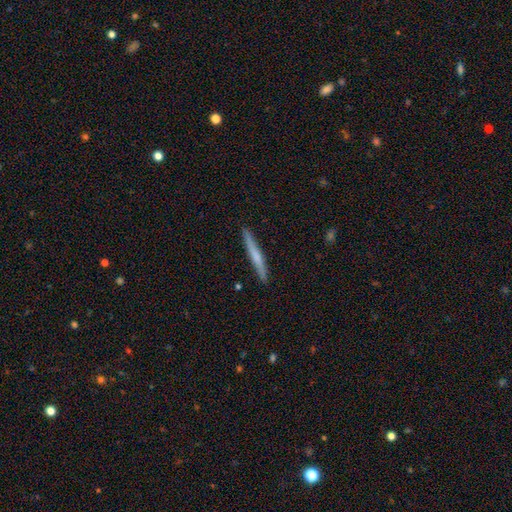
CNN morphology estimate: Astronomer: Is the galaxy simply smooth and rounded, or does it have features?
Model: smooth — 49% (runner-up: featured or disk, 46%).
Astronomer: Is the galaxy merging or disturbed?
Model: none — 90%.